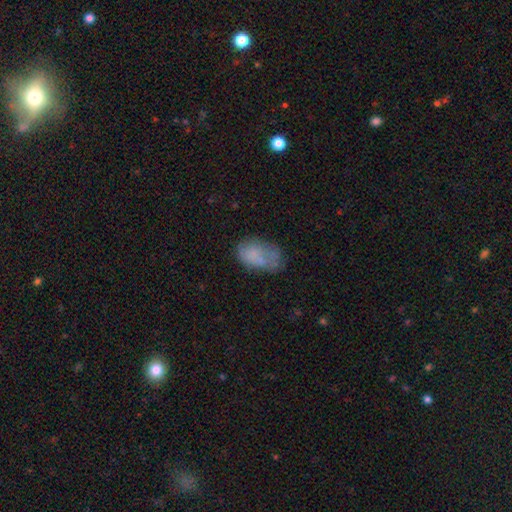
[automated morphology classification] This is likely a smooth galaxy (69%). How rounded: clearly in between (90%). Merging: marginally none (41%).